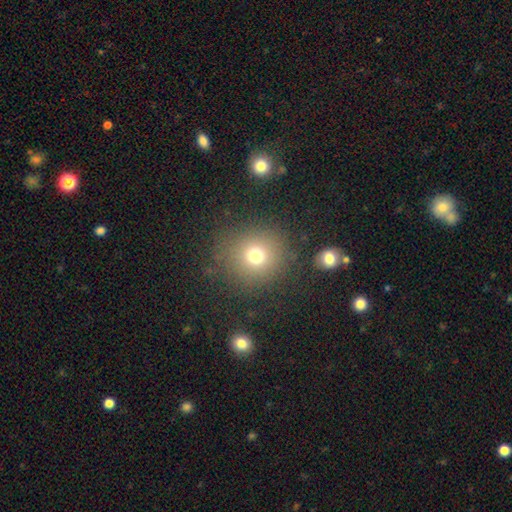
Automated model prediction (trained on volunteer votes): Overall: smooth (72%). How rounded: round (90%). Merging: none (83%).